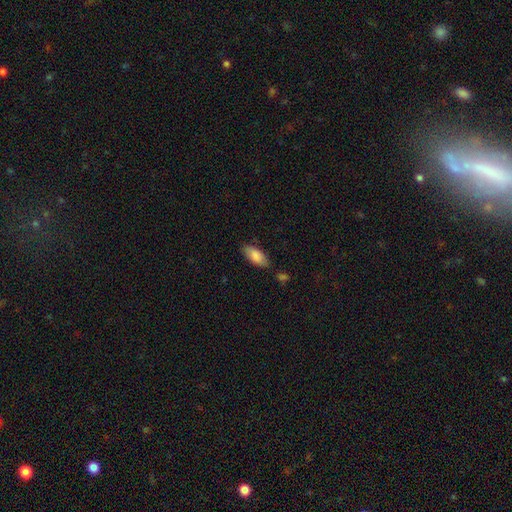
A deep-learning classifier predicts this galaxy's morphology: smooth-or-featured: smooth: 85% | featured or disk: 9% | star or artifact: 6%
  how-rounded: in between: 84% | cigar-shaped: 14% | round: 2%
  merging: none: 77% | minor disturbance: 15% | merger: 5% | major disturbance: 3%